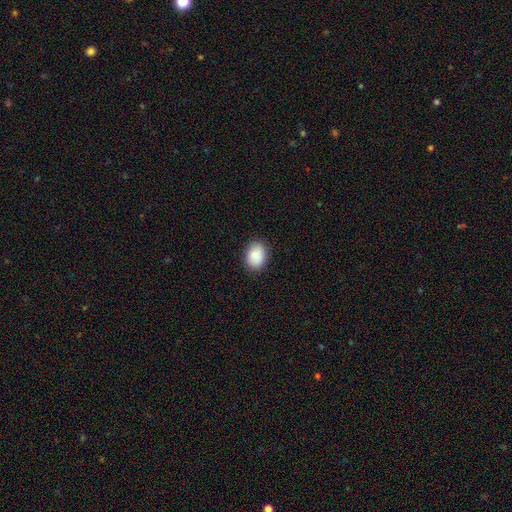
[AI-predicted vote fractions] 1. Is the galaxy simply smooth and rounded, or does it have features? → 86% smooth, 7% star or artifact, 7% featured or disk.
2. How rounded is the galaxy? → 71% in between, 28% round, 1% cigar-shaped.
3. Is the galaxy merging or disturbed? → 87% none, 10% minor disturbance, 2% major disturbance, 1% merger.